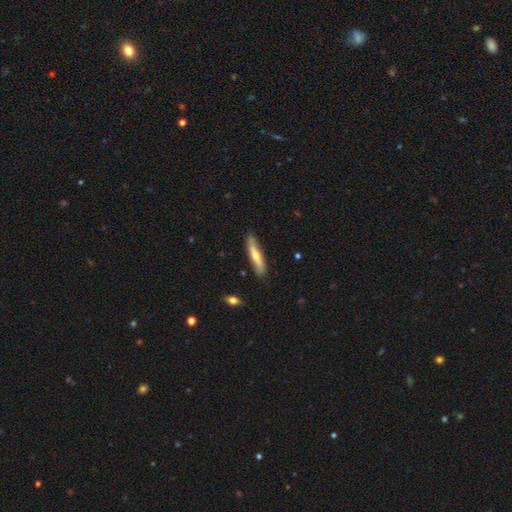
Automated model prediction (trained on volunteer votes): Morphology: type=smooth (54%); roundness=cigar-shaped (87%); merging=none (83%).